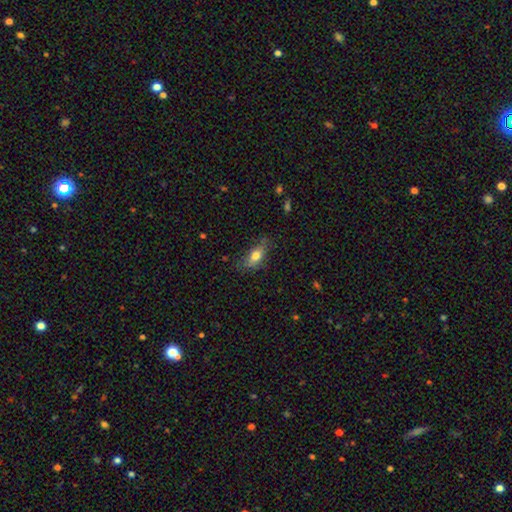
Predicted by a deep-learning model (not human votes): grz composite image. It shows a smooth galaxy with no disk features (69%) that is in between round and cigar-shaped (75%). Merging: none (65%).